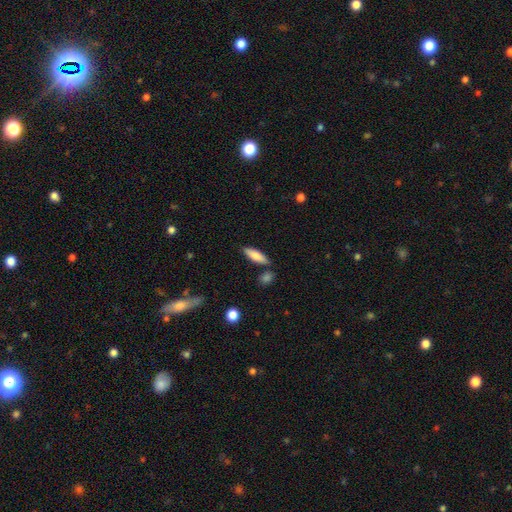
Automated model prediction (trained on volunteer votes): smooth-or-featured: smooth: 79% | featured or disk: 15% | star or artifact: 6%
  how-rounded: cigar-shaped: 53% | in between: 45% | round: 2%
  merging: none: 80% | minor disturbance: 11% | merger: 7% | major disturbance: 3%